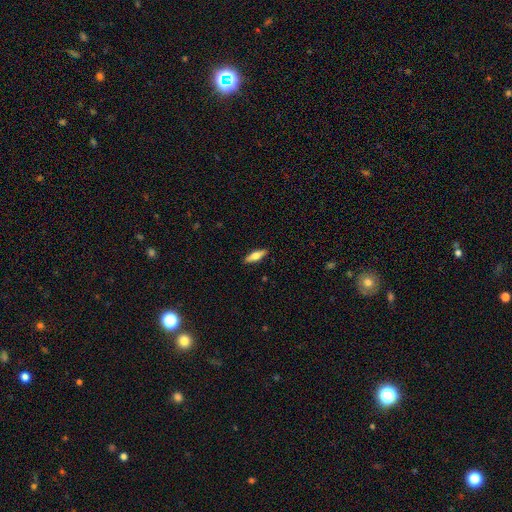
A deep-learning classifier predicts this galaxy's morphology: The model was most divided on "how rounded": in between: 51%, cigar-shaped: 46%, round: 3%. More confident: merging — none (89%); smooth or featured — smooth (53%).